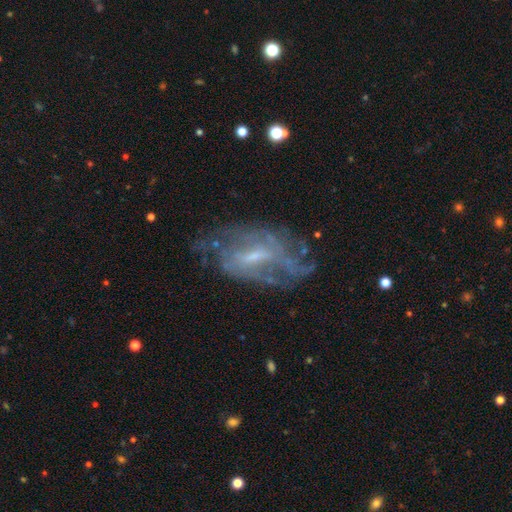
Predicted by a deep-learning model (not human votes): Overall: featured or disk (79%). Edge-on disk: no (94%). Bar: weak (55%; no 26%). Spiral arms: yes (79%). Spiral arm count: can't tell (54%; 2 18%). Spiral winding: medium (40%; tight 38%). Bulge size: small (53%; moderate 32%). Merging: none (57%; minor disturbance 22%).